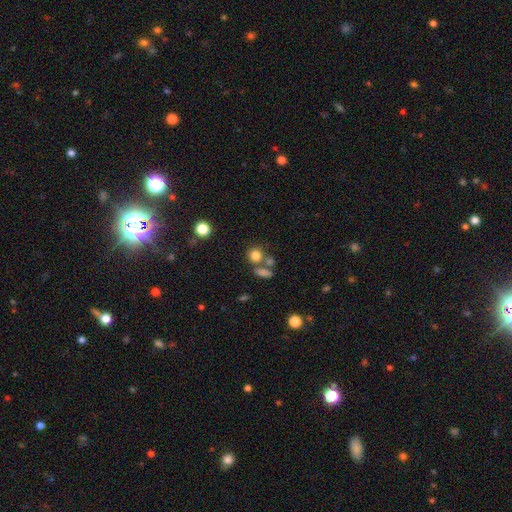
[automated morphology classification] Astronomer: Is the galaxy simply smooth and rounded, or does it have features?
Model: smooth — 78%.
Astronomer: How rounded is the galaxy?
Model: round — 83%.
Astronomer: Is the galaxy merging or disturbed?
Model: none — 59%.